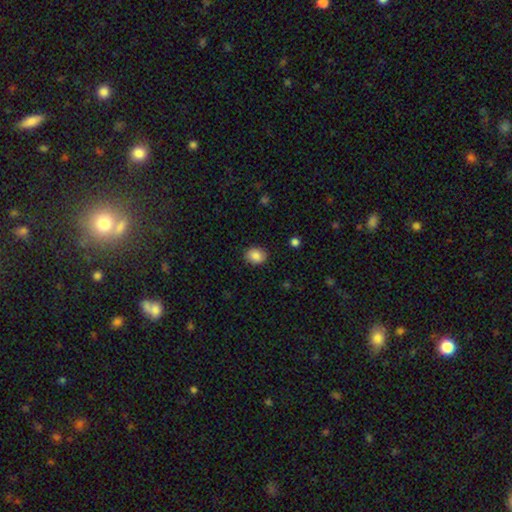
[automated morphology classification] smooth-or-featured: smooth: 87% | star or artifact: 8% | featured or disk: 5%
  how-rounded: in between: 51% | round: 48% | cigar-shaped: 1%
  merging: none: 87% | minor disturbance: 9% | major disturbance: 2% | merger: 1%